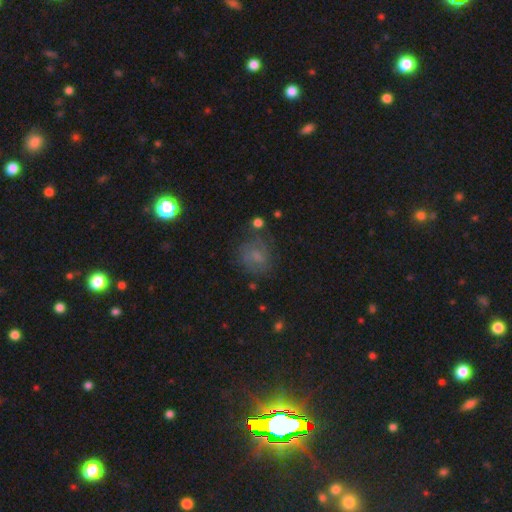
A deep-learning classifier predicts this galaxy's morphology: This is marginally a smooth galaxy (45%). Merging: likely none (66%).